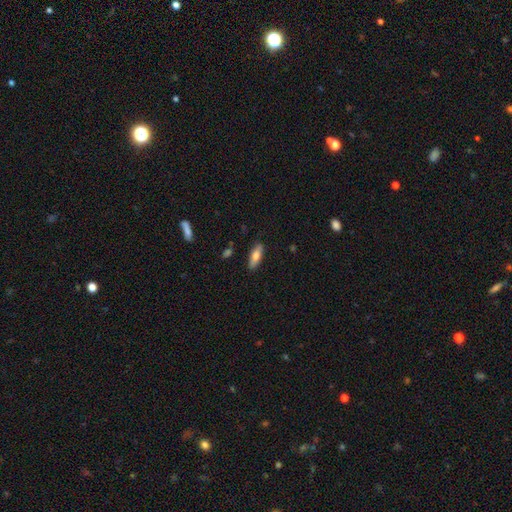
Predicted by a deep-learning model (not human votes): Smooth or featured: smooth — 73% (featured or disk — 20%)
How rounded: in between — 61% (cigar-shaped — 37%)
Merging: none — 86% (minor disturbance — 11%)